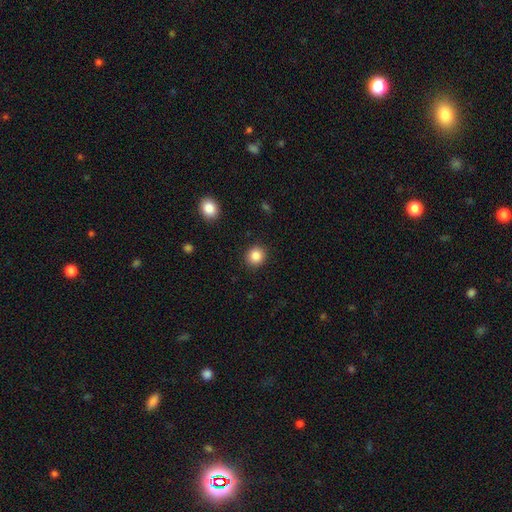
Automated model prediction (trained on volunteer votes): This is clearly a smooth galaxy (86%). How rounded: clearly round (86%). Merging: clearly none (91%).